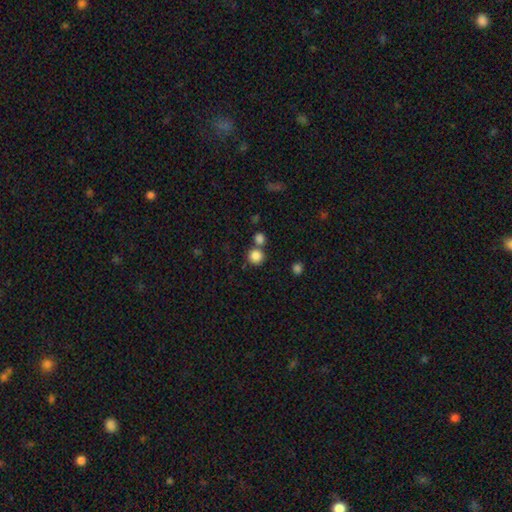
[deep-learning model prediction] This is clearly a smooth galaxy (85%). How rounded: clearly round (92%). Merging: likely none (69%).